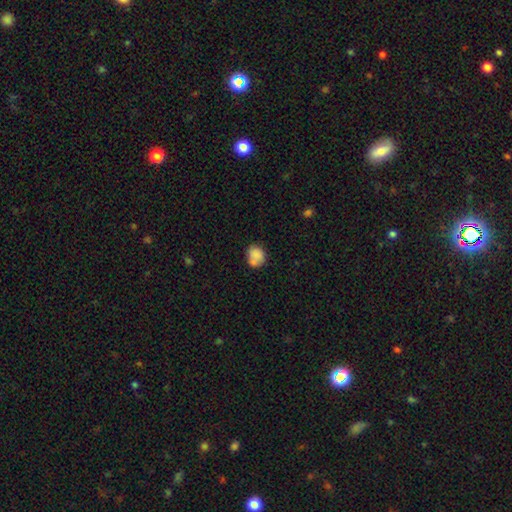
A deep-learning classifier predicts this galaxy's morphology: smooth 79%, featured or disk 12%, star or artifact 8%. Down the decision tree: how rounded — round (69%); merging — none (52%).